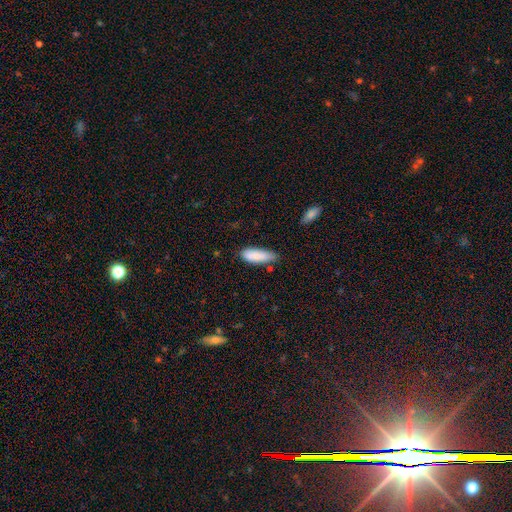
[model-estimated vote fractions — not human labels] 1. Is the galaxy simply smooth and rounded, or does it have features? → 86% smooth, 8% featured or disk, 7% star or artifact.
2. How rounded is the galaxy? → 61% in between, 38% cigar-shaped, 2% round.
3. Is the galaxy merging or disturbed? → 63% none, 29% minor disturbance, 5% major disturbance, 4% merger.